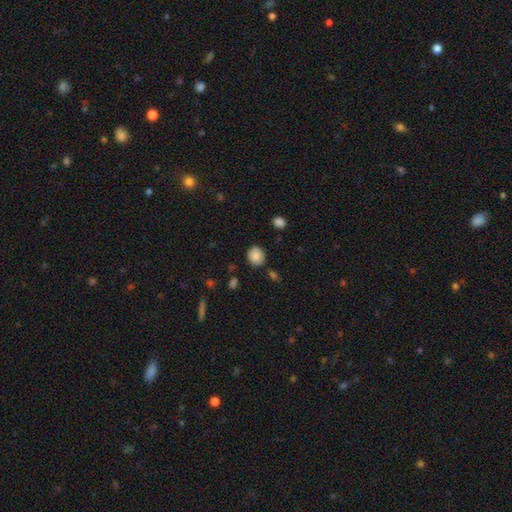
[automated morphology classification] Smooth or featured?
  - smooth: 86% *
  - star or artifact: 9%
  - featured or disk: 6%
How rounded?
  - round: 81% *
  - in between: 18%
  - cigar-shaped: 1%
Merging?
  - none: 82% *
  - minor disturbance: 12%
  - merger: 3%
  - major disturbance: 3%